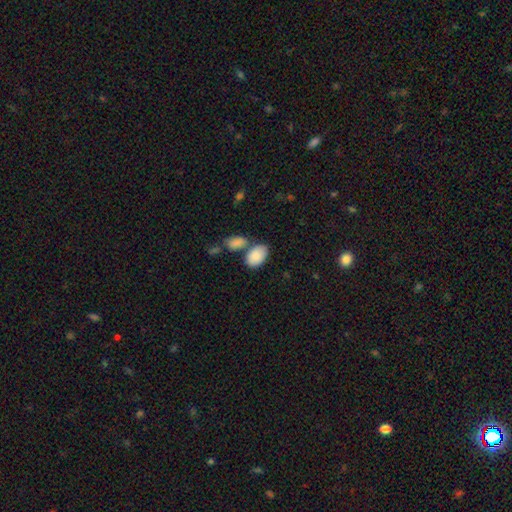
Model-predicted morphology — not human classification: A smooth galaxy with no disk features (88%) that is in between round and cigar-shaped (92%).

Vote fractions:
- Smooth or featured? smooth: 88% / star or artifact: 6% / featured or disk: 6%
- How rounded? in between: 92% / round: 7% / cigar-shaped: 1%
- Merging? none: 53% / merger: 28% / minor disturbance: 14% / major disturbance: 5%